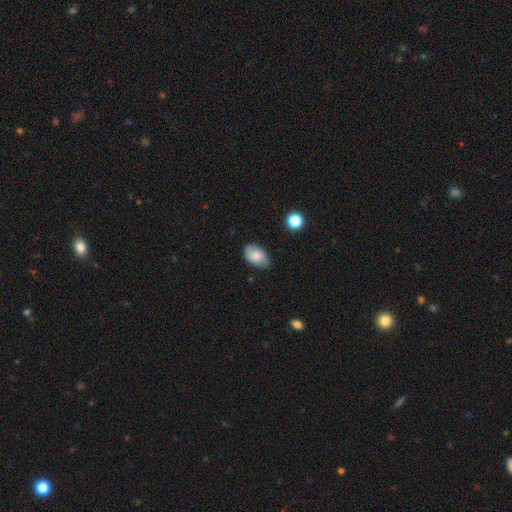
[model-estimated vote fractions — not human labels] This appears to be a smooth galaxy with no disk features (77%) that is in between round and cigar-shaped (89%). Merging: none (70%).